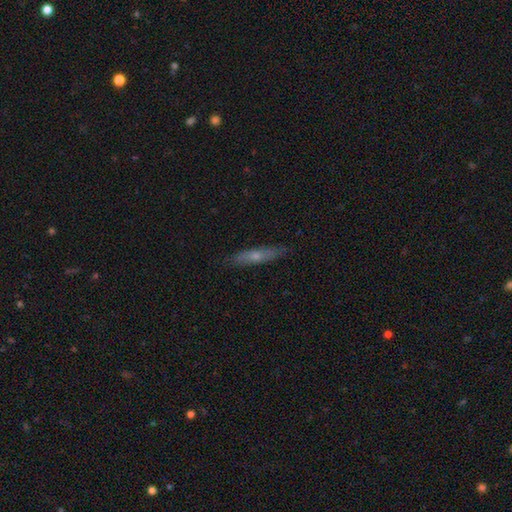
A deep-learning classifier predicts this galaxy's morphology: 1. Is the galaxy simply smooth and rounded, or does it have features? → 47% smooth, 46% featured or disk, 7% star or artifact.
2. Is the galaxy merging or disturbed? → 86% none, 11% minor disturbance, 2% major disturbance, 1% merger.